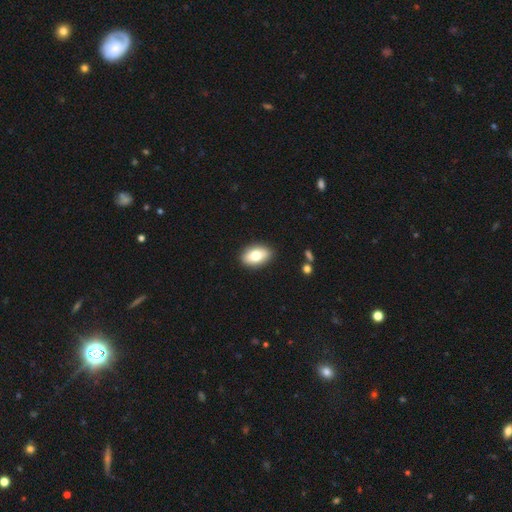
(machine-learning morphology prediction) type=smooth (76%); roundness=in between (90%); merging=none (89%).